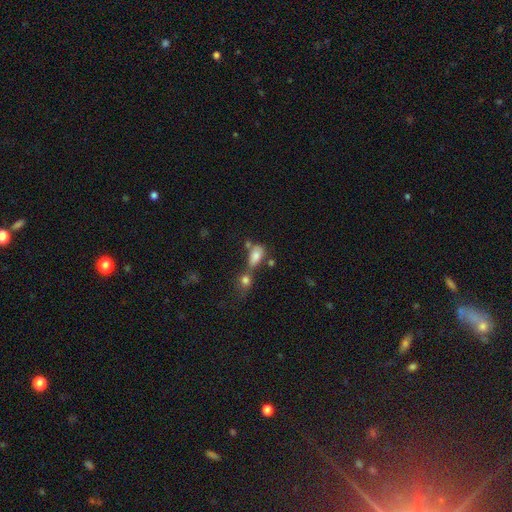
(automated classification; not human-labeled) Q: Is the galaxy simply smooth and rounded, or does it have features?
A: smooth — 78%.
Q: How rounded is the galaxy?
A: in between — 84%.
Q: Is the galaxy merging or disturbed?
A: merger — 45%.